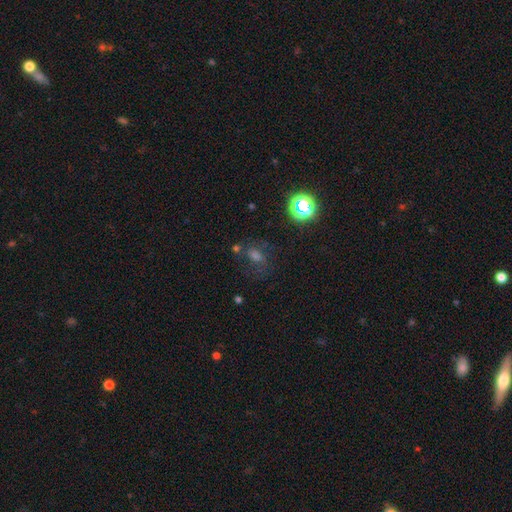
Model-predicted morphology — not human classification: star or artifact 39%, smooth 38%, featured or disk 23%.